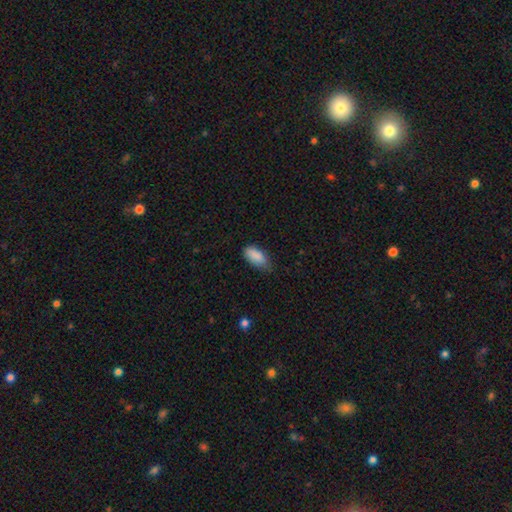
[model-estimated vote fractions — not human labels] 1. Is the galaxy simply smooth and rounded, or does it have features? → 88% smooth, 7% star or artifact, 5% featured or disk.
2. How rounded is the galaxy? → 89% in between, 8% cigar-shaped, 2% round.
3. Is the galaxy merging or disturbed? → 61% none, 33% minor disturbance, 5% major disturbance, 1% merger.